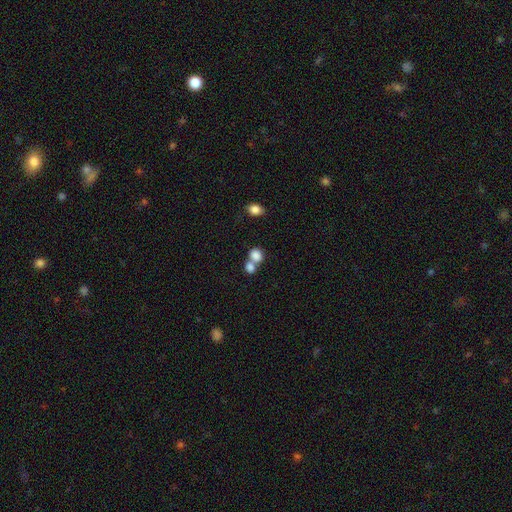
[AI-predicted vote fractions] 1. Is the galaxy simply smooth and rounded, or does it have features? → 82% smooth, 9% star or artifact, 9% featured or disk.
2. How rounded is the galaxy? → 53% round, 46% in between, 1% cigar-shaped.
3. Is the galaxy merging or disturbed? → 63% merger, 27% none, 6% minor disturbance, 4% major disturbance.